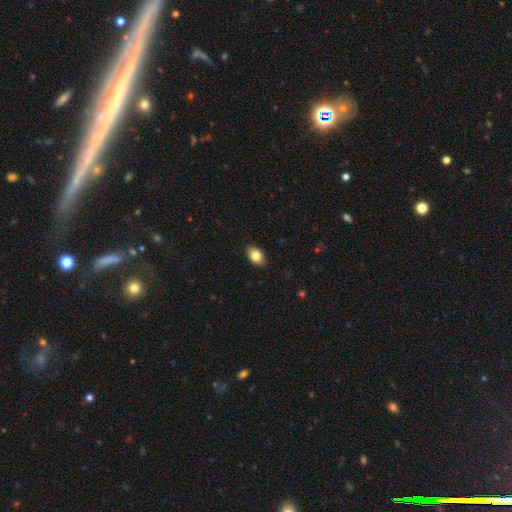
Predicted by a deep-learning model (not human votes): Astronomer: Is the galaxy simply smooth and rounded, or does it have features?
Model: smooth — 84%.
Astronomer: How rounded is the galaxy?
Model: in between — 87%.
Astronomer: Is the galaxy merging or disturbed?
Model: none — 88%.